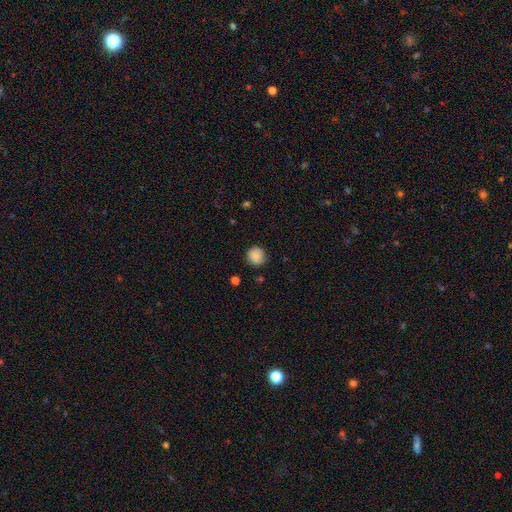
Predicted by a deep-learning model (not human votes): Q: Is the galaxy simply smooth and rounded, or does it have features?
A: smooth — 85%.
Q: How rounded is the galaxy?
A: round — 92%.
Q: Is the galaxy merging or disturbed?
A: none — 83%.